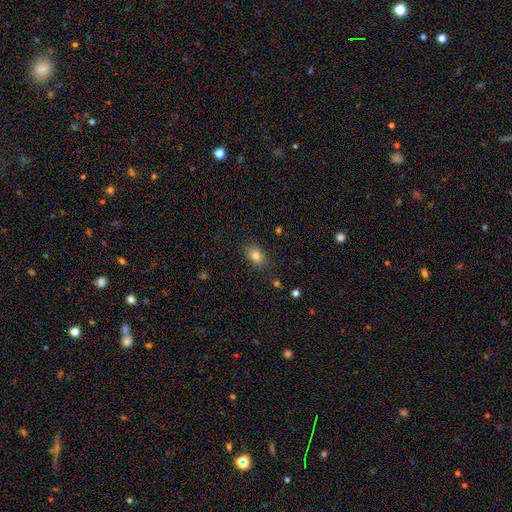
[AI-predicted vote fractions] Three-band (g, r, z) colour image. It shows a smooth galaxy with no disk features (81%) that is in between round and cigar-shaped (73%). Merging: none (84%).